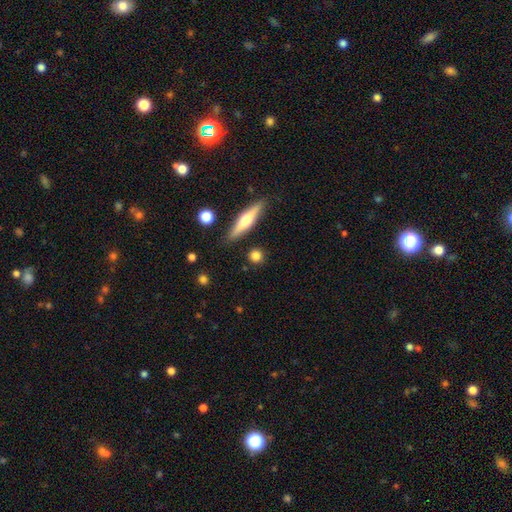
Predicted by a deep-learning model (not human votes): Morphology: type=smooth (75%); roundness=round (73%); merging=none (85%).